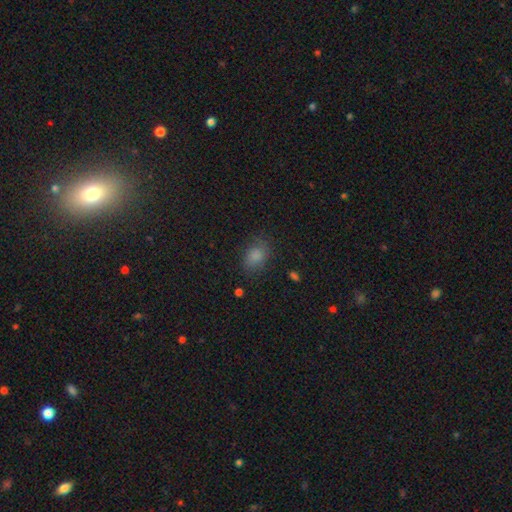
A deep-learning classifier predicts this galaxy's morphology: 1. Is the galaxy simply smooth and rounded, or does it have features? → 81% smooth, 11% star or artifact, 7% featured or disk.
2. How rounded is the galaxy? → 71% in between, 28% round, 1% cigar-shaped.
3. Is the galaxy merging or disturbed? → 74% none, 18% minor disturbance, 6% major disturbance, 2% merger.